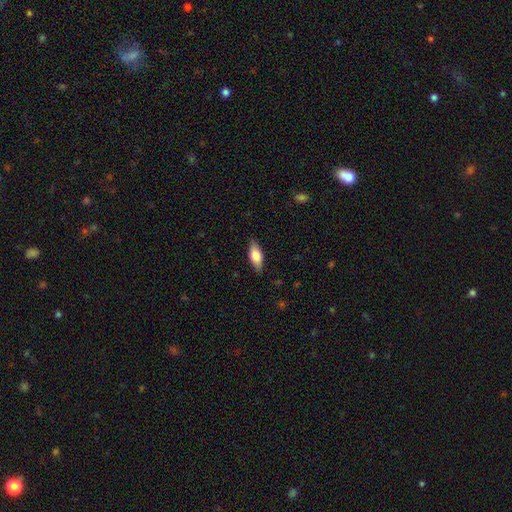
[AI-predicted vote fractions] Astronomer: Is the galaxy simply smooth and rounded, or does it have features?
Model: smooth — 73%.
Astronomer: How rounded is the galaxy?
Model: in between — 78%.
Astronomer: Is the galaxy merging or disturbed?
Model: none — 85%.